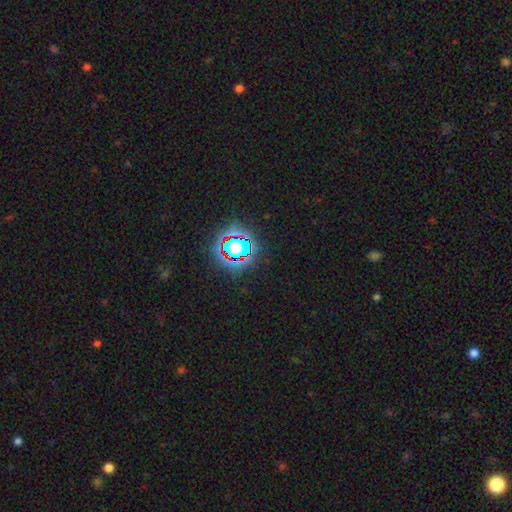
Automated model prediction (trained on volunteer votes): A star or artifact, not a galaxy (82%).

Vote fractions:
- Smooth or featured? star or artifact: 82% / smooth: 12% / featured or disk: 7%